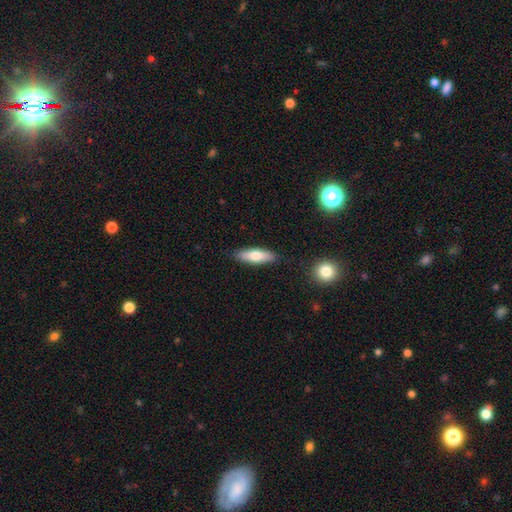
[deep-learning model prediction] Smooth or featured? smooth (68%)
How rounded? cigar-shaped (52%)
Merging? none (87%)